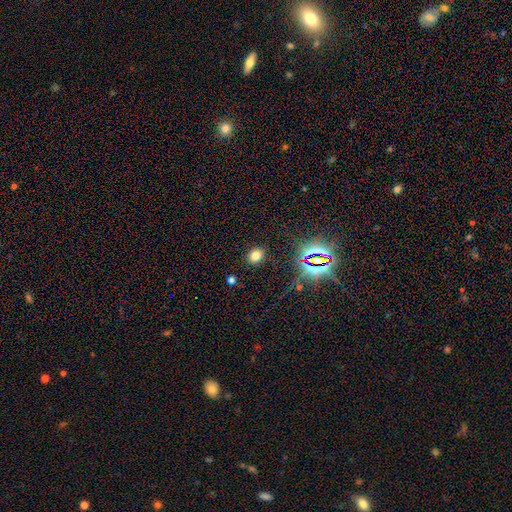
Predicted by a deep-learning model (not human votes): Smooth or featured: smooth — 72% (star or artifact — 21%)
How rounded: in between — 56% (round — 43%)
Merging: none — 87% (minor disturbance — 8%)